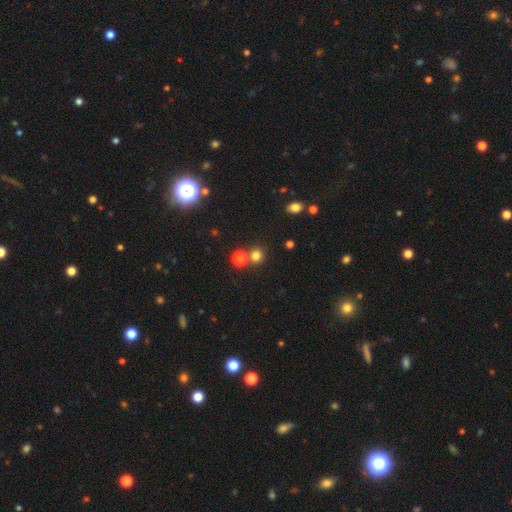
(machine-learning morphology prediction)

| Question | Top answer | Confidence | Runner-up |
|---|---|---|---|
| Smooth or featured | smooth | 75% | star or artifact (19%) |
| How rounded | round | 85% | in between (14%) |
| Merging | none | 68% | merger (21%) |